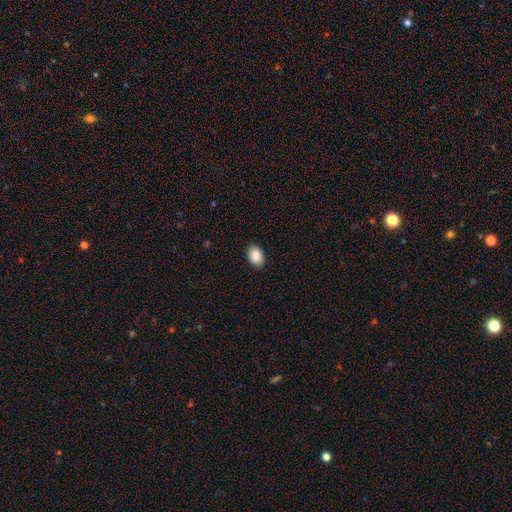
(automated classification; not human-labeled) smooth 89%, star or artifact 7%, featured or disk 4%. Down the decision tree: how rounded — in between (78%); merging — none (90%).